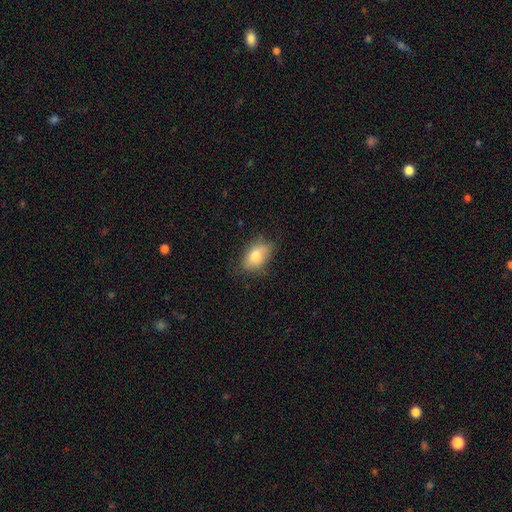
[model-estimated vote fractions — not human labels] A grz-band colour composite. It shows a smooth galaxy with no disk features (81%) that is in between round and cigar-shaped (89%). Merging: none (68%).